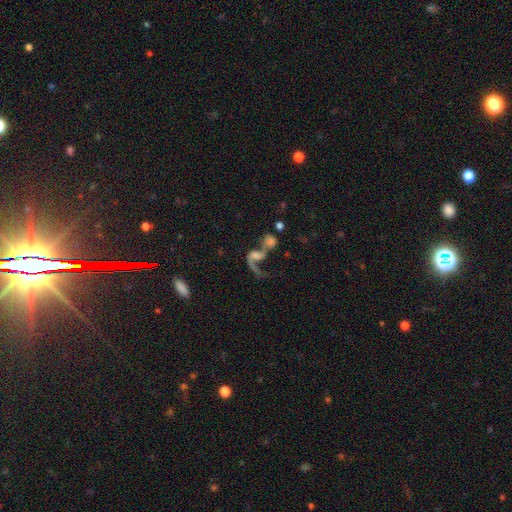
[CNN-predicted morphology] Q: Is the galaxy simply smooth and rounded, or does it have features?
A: featured or disk — 61%.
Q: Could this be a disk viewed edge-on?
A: no — 95%.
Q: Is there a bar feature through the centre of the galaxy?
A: no — 60%.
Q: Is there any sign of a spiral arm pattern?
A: yes — 73%.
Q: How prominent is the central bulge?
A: none — 34%.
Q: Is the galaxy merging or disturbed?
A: merger — 57%.